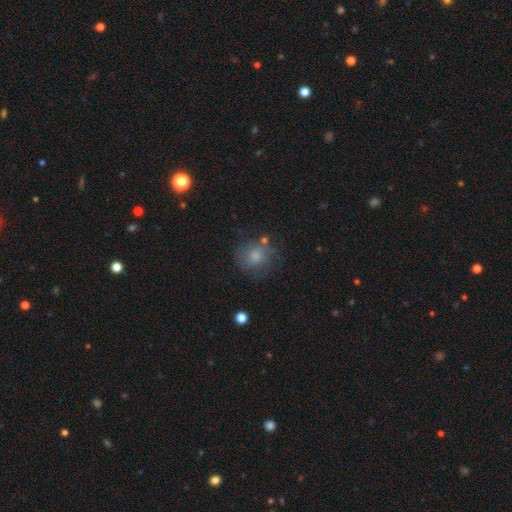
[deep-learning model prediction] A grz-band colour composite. It shows a smooth galaxy with no disk features (67%) that is round (83%). Merging: none (64%).